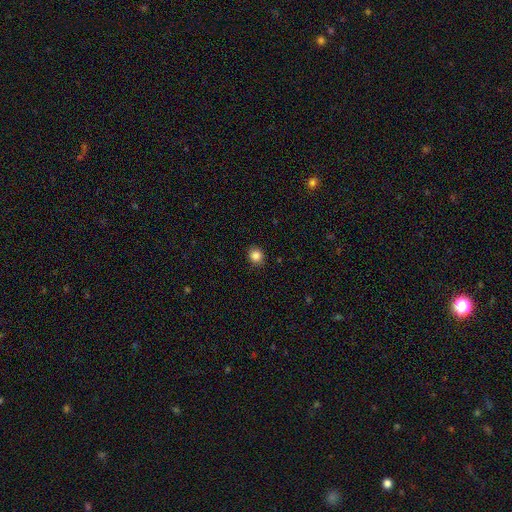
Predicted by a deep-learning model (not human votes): The model was most divided on "how rounded": round: 86%, in between: 13%, cigar-shaped: 1%. More confident: merging — none (90%); smooth or featured — smooth (85%).